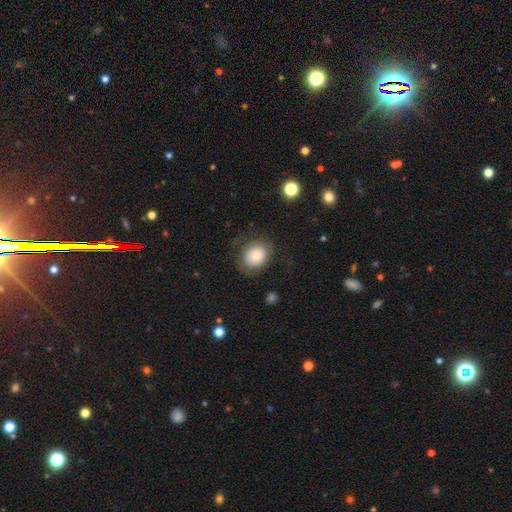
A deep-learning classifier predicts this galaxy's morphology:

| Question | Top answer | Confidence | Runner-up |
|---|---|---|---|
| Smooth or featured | smooth | 76% | featured or disk (15%) |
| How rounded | round | 61% | in between (38%) |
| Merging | none | 75% | minor disturbance (15%) |